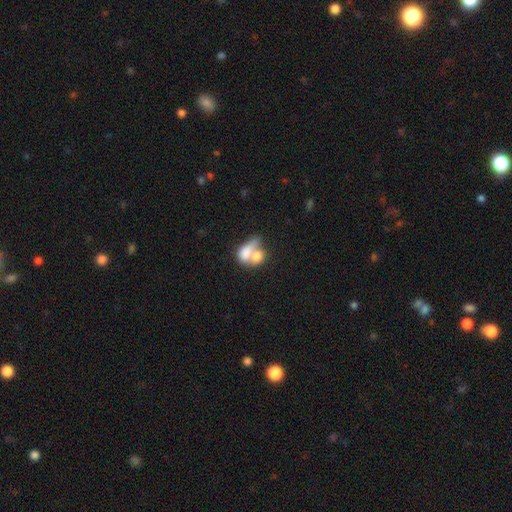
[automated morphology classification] Smooth or featured? smooth (70%)
How rounded? in between (70%)
Merging? merger (71%)